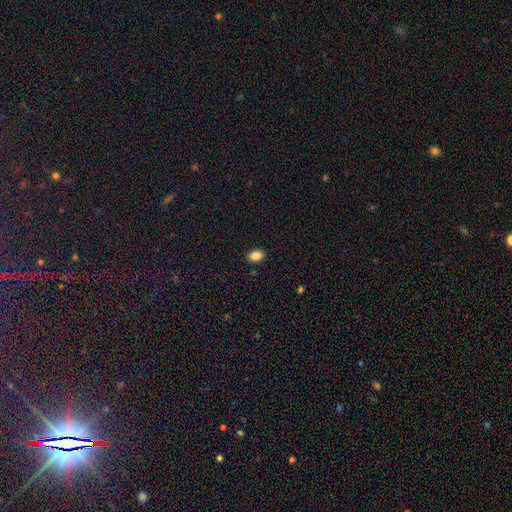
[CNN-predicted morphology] Smooth or featured: smooth — 86% (star or artifact — 9%)
How rounded: in between — 83% (round — 15%)
Merging: none — 90% (minor disturbance — 8%)